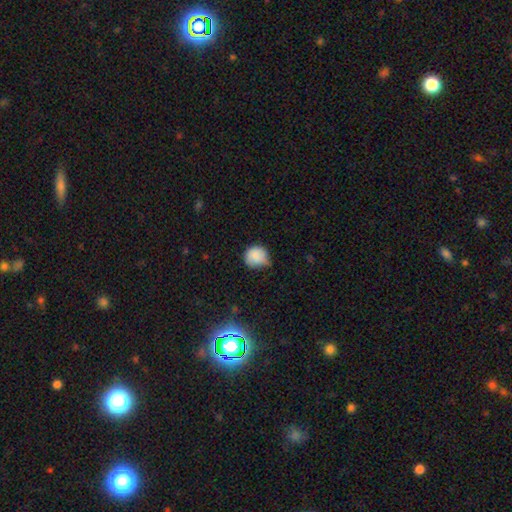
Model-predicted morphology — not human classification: Smooth or featured? Predicted: smooth (p=0.82). How rounded? Predicted: round (p=0.84). Merging? Predicted: none (p=0.47).